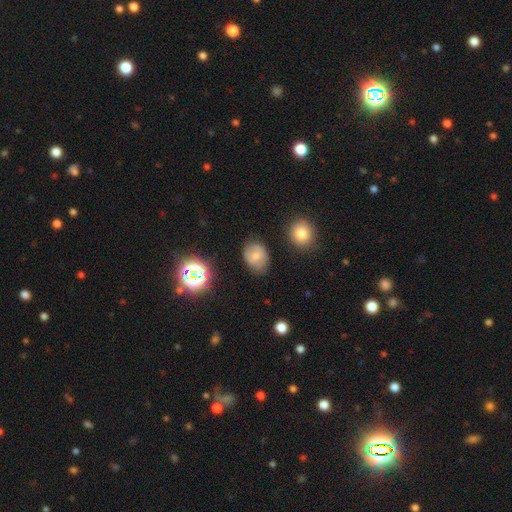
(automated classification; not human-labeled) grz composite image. It shows a smooth galaxy with no disk features (67%) that is in between round and cigar-shaped (59%). Merging: none (70%).